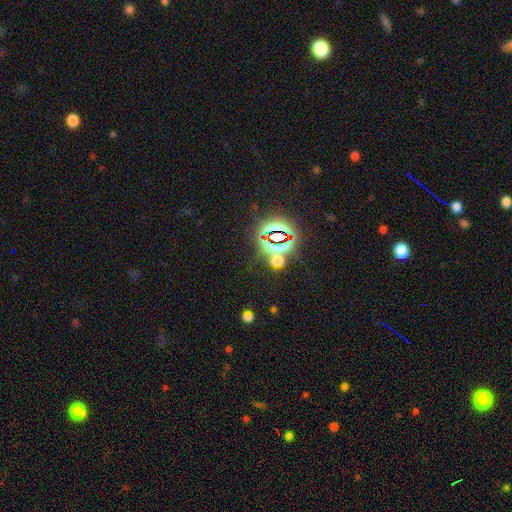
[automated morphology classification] A star or artifact, not a galaxy (80%).

Vote fractions:
- Smooth or featured? star or artifact: 80% / smooth: 12% / featured or disk: 8%